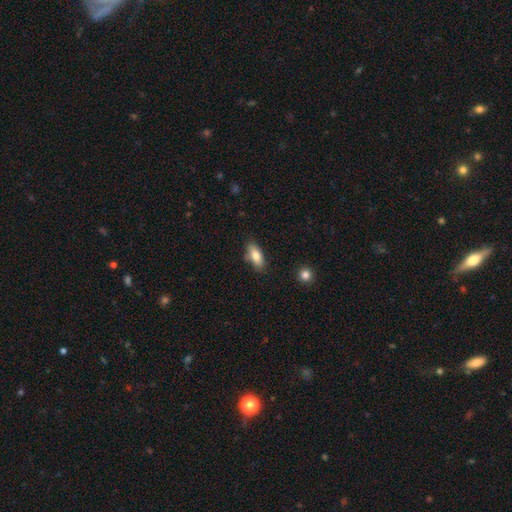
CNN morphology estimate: Smooth or featured?
  - smooth: 81% *
  - featured or disk: 12%
  - star or artifact: 7%
How rounded?
  - in between: 80% *
  - cigar-shaped: 18%
  - round: 3%
Merging?
  - none: 75% *
  - minor disturbance: 17%
  - merger: 4%
  - major disturbance: 3%